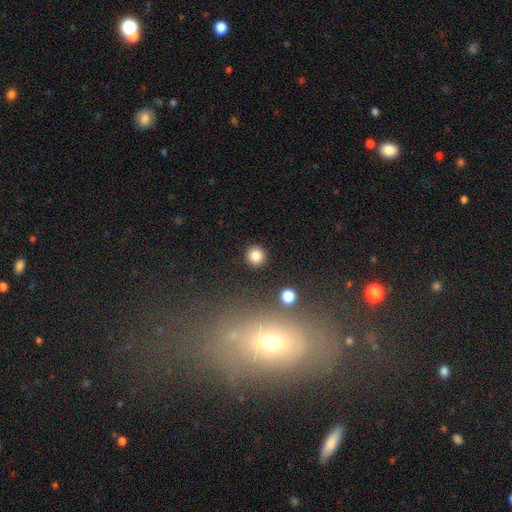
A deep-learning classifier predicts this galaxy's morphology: Smooth or featured? Predicted: smooth (p=0.83). How rounded? Predicted: round (p=0.93). Merging? Predicted: none (p=0.91).